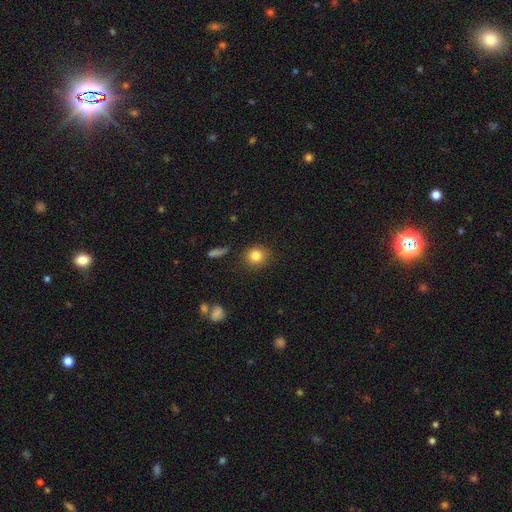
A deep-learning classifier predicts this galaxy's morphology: Overall: smooth (83%). How rounded: round (81%). Merging: none (86%).